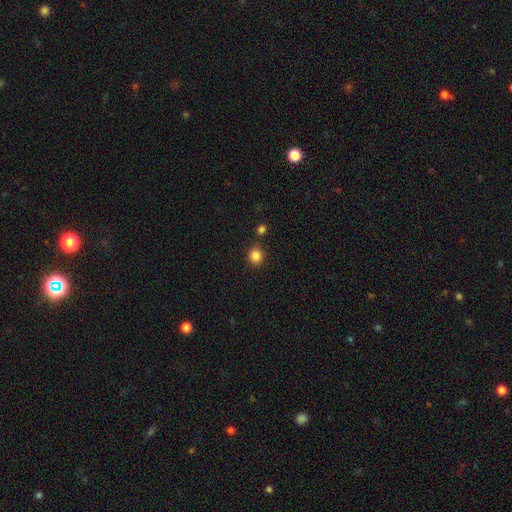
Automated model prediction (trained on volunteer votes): Smooth or featured? Predicted: smooth (p=0.85). How rounded? Predicted: round (p=0.82). Merging? Predicted: none (p=0.79).